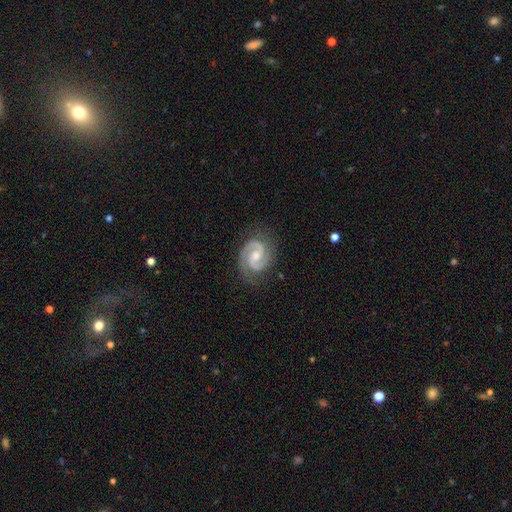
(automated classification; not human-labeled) smooth_or_featured: featured or disk (p=0.92) [alt: star or artifact p=0.04]
disk_edge_on: no (p=0.98) [alt: yes p=0.02]
bar: no (p=0.48) [alt: weak p=0.42]
has_spiral_arms: yes (p=0.99) [alt: no p=0.01]
spiral_winding: medium (p=0.56) [alt: tight p=0.36]
spiral_arm_count: 2 (p=0.94) [alt: can't tell p=0.02]
bulge_size: moderate (p=0.54) [alt: small p=0.39]
merging: none (p=0.82) [alt: minor disturbance p=0.13]